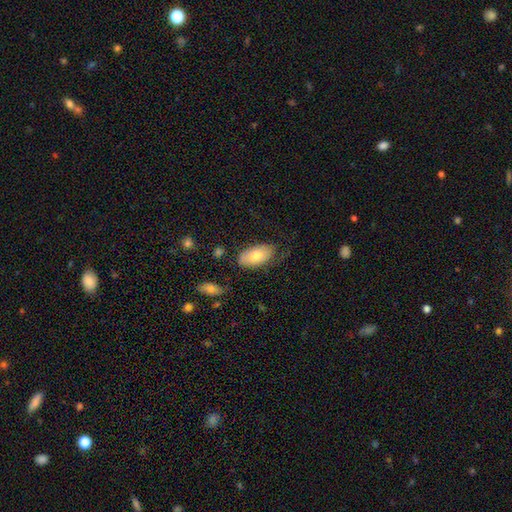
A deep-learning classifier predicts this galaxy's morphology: type=smooth (75%); roundness=in between (94%); merging=none (63%).